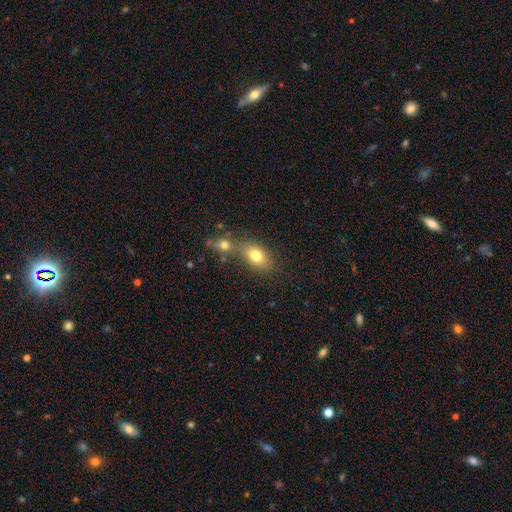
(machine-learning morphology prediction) Smooth or featured? Predicted: smooth (p=0.77). How rounded? Predicted: in between (p=0.76). Merging? Predicted: none (p=0.50).